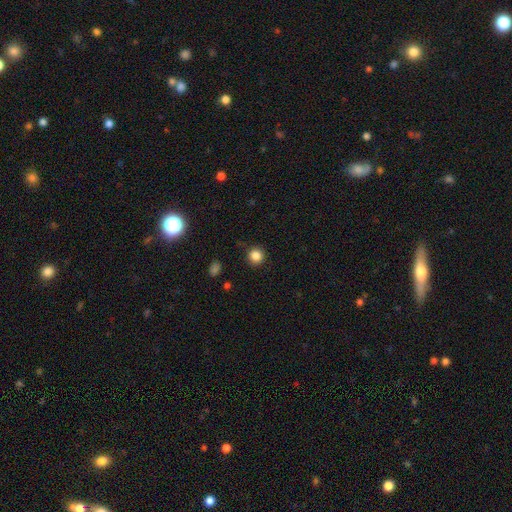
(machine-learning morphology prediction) Overall: smooth (85%). How rounded: round (93%). Merging: none (88%).